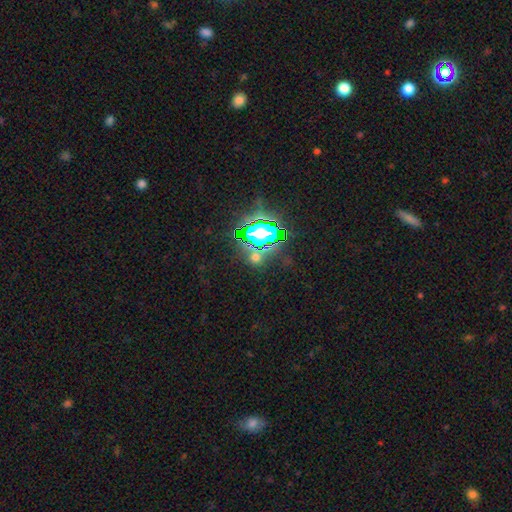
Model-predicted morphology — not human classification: Smooth or featured: star or artifact — 69% (smooth — 20%)